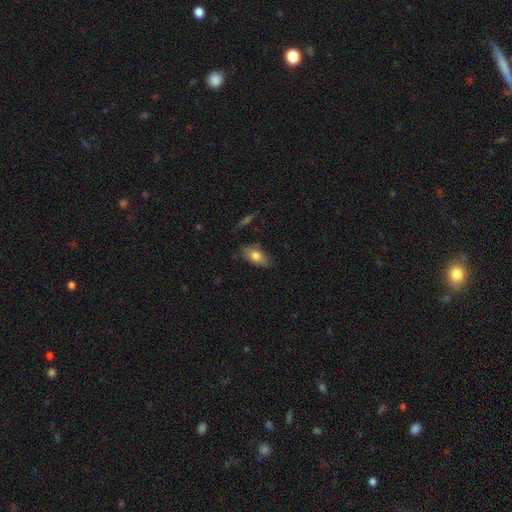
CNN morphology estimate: Overall: smooth (72%). How rounded: in between (83%). Merging: none (76%).